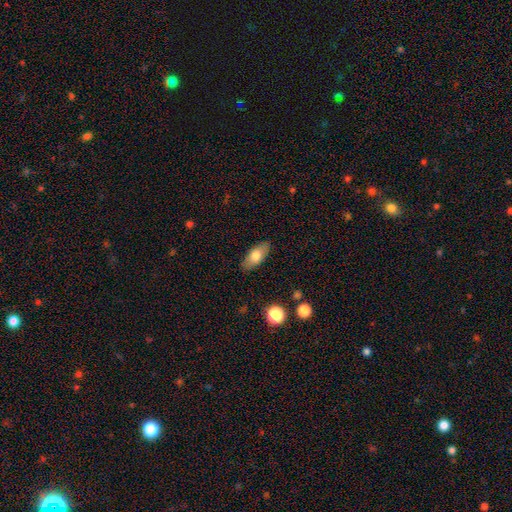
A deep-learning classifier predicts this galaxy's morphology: Smooth or featured? smooth (74%)
How rounded? in between (86%)
Merging? none (86%)